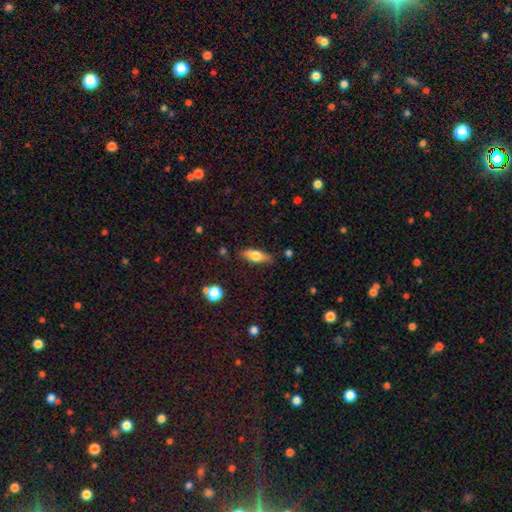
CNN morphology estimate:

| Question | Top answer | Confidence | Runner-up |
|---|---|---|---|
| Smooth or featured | smooth | 57% | featured or disk (36%) |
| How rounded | in between | 59% | cigar-shaped (37%) |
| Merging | none | 81% | minor disturbance (14%) |